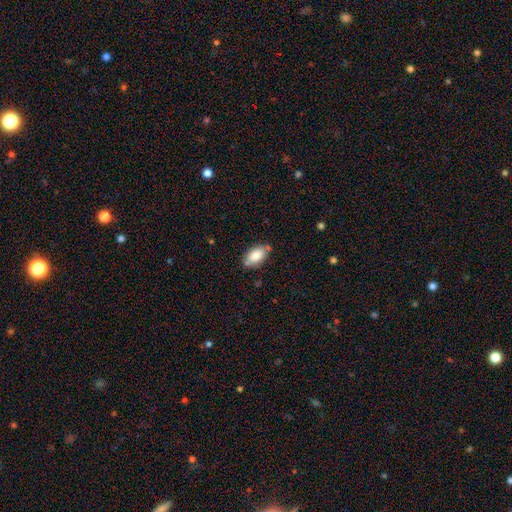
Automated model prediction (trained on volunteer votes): Q: Smooth or featured?
A: smooth (83%); runner-up: featured or disk (10%)
Q: How rounded?
A: in between (93%); runner-up: round (5%)
Q: Merging?
A: none (71%); runner-up: minor disturbance (19%)